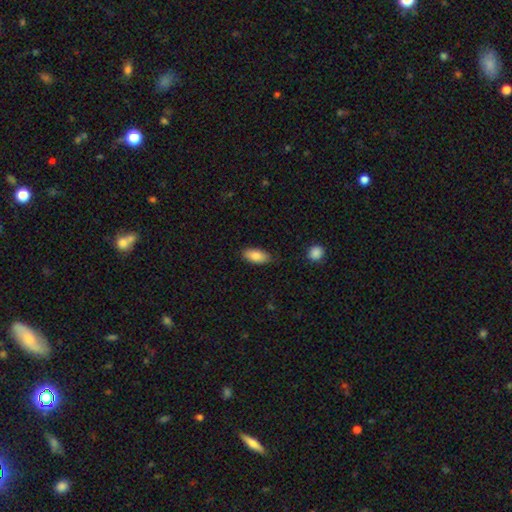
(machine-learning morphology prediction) smooth-or-featured: smooth: 84% | featured or disk: 9% | star or artifact: 7%
  how-rounded: in between: 90% | cigar-shaped: 7% | round: 3%
  merging: none: 81% | minor disturbance: 15% | major disturbance: 3% | merger: 2%